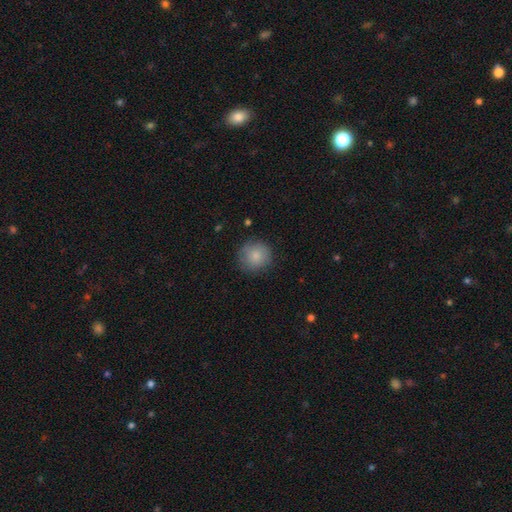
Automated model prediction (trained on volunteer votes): Smooth or featured? smooth (83%)
How rounded? round (94%)
Merging? none (82%)